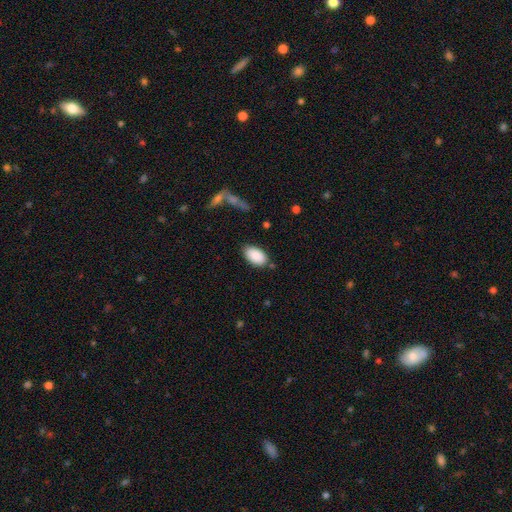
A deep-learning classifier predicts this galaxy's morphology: Smooth or featured? smooth (89%)
How rounded? in between (94%)
Merging? none (82%)